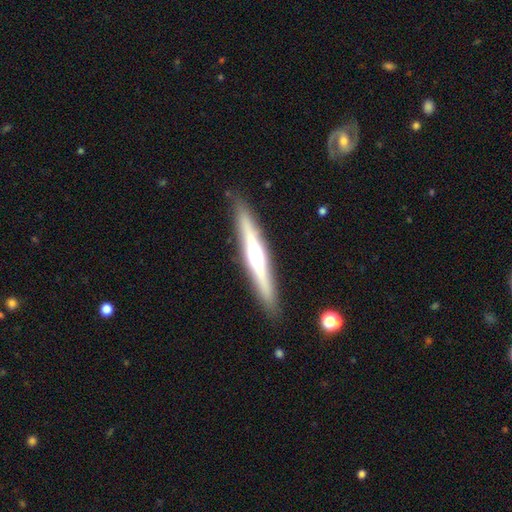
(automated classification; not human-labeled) Smooth or featured: featured or disk — 66% (smooth — 28%)
Edge-on disk: yes — 96% (no — 4%)
Edge-on bulge: rounded — 83% (none — 11%)
Merging: none — 89% (minor disturbance — 8%)